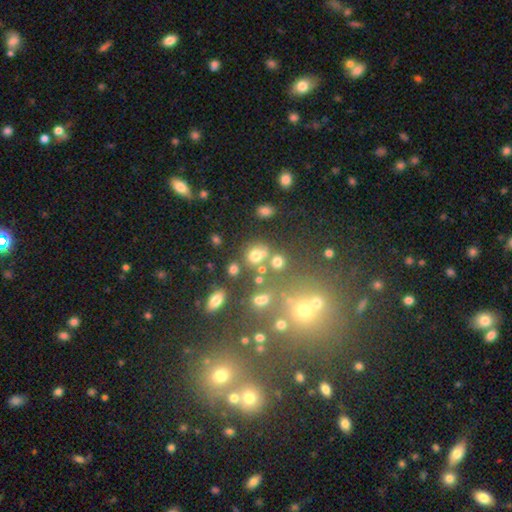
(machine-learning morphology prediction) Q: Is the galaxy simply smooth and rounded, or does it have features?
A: smooth — 66%.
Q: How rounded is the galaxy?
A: round — 67%.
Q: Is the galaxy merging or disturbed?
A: none — 52%.